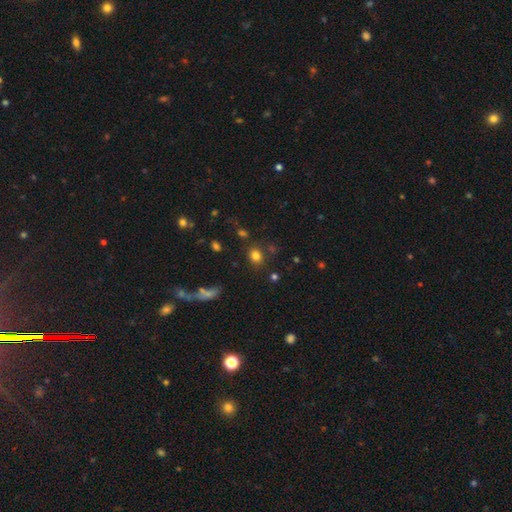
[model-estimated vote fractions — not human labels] Overall: smooth (79%). How rounded: round (58%; in between 41%). Merging: none (81%).